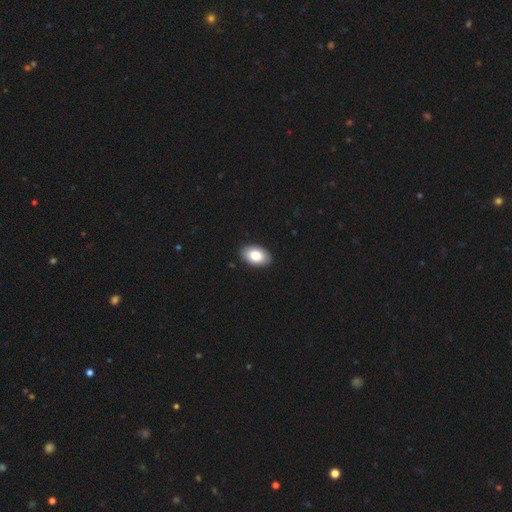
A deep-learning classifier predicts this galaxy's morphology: Smooth or featured?
  - smooth: 81% *
  - featured or disk: 12%
  - star or artifact: 7%
How rounded?
  - in between: 92% *
  - round: 7%
  - cigar-shaped: 1%
Merging?
  - none: 91% *
  - minor disturbance: 7%
  - major disturbance: 2%
  - merger: 1%